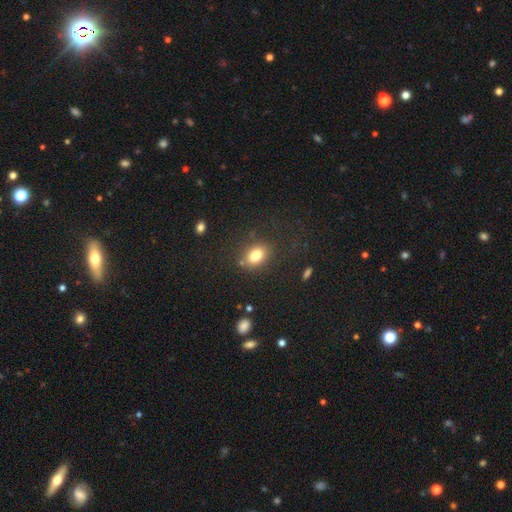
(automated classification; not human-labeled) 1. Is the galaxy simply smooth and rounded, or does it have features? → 80% smooth, 11% star or artifact, 9% featured or disk.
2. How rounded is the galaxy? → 72% in between, 26% round, 2% cigar-shaped.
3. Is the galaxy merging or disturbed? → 80% none, 12% minor disturbance, 4% major disturbance, 4% merger.